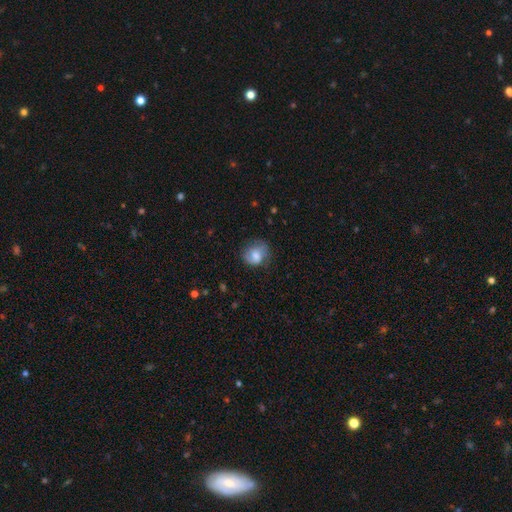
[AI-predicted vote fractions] smooth-or-featured: smooth: 67% | featured or disk: 25% | star or artifact: 8%
  how-rounded: round: 65% | in between: 34% | cigar-shaped: 1%
  merging: none: 59% | minor disturbance: 28% | major disturbance: 12% | merger: 2%